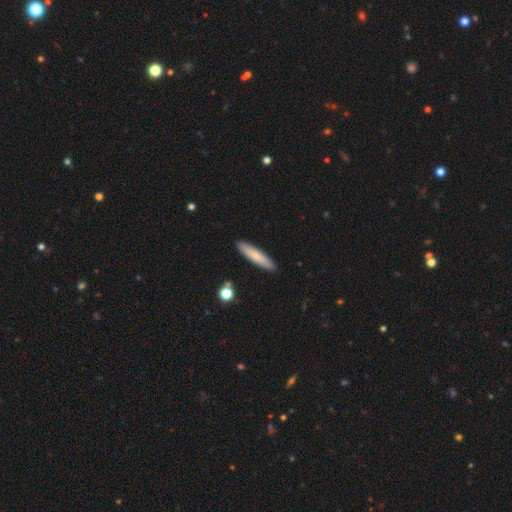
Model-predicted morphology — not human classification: Smooth or featured?
  - smooth: 72% *
  - featured or disk: 22%
  - star or artifact: 6%
How rounded?
  - cigar-shaped: 87% *
  - in between: 11%
  - round: 1%
Merging?
  - none: 90% *
  - minor disturbance: 7%
  - merger: 1%
  - major disturbance: 1%